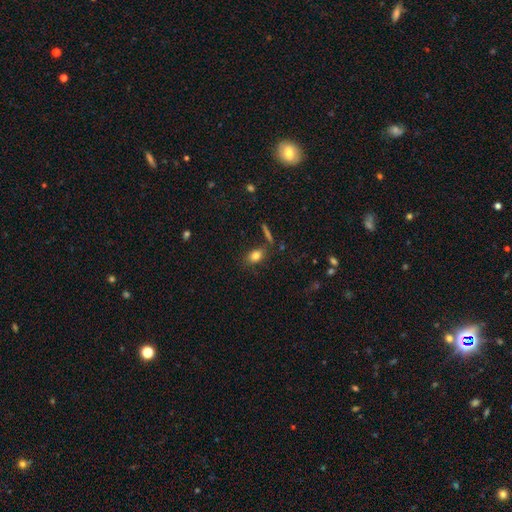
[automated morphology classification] Smooth or featured? Predicted: smooth (p=0.80). How rounded? Predicted: in between (p=0.80). Merging? Predicted: none (p=0.76).